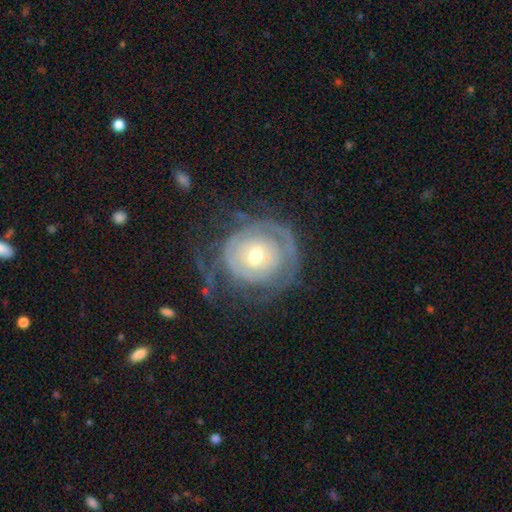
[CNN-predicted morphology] This is likely a featured or disk galaxy (69%). It is clearly not viewed edge-on (96%). Bar: likely no (75%). Spiral arm pattern: likely yes (69%). Central bulge: possibly moderate (54%). Merging: possibly none (49%).